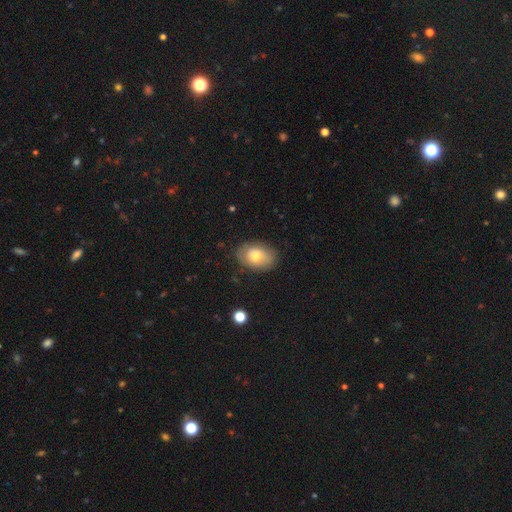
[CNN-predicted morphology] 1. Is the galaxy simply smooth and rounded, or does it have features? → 68% smooth, 25% featured or disk, 8% star or artifact.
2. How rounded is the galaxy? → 81% in between, 18% round, 1% cigar-shaped.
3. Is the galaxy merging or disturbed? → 77% none, 18% minor disturbance, 4% major disturbance, 1% merger.